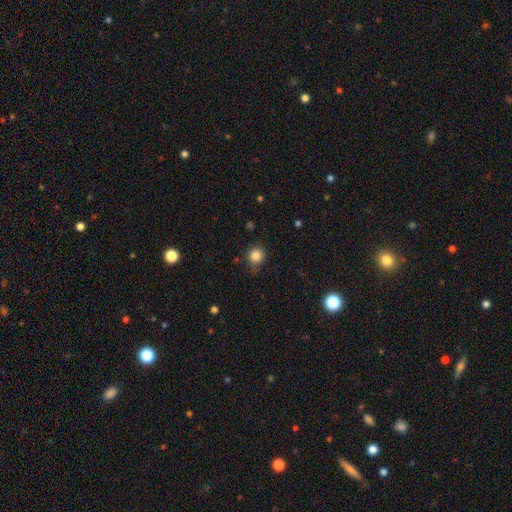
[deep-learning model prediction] Morphology: type=smooth (84%); roundness=round (87%); merging=none (74%).